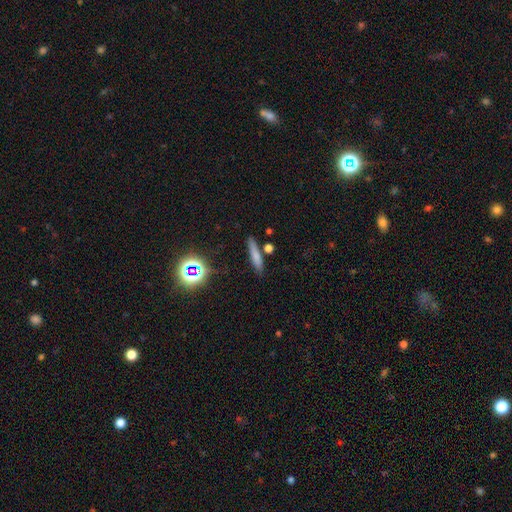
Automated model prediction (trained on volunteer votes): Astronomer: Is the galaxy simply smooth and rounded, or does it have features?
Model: smooth — 71%.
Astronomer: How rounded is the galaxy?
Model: cigar-shaped — 83%.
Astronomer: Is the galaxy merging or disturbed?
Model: none — 77%.